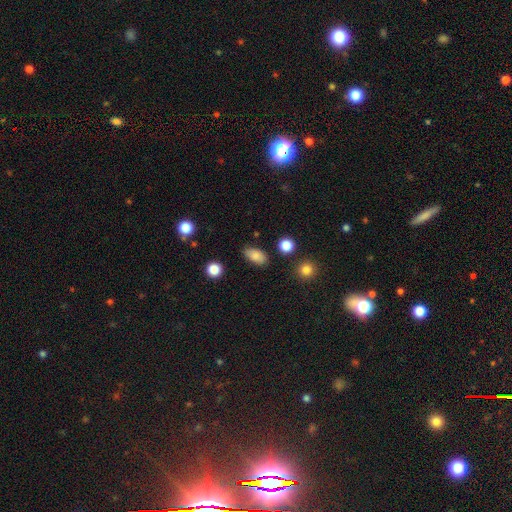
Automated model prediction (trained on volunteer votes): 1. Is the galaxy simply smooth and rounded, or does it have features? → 84% smooth, 9% star or artifact, 7% featured or disk.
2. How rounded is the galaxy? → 89% in between, 7% round, 4% cigar-shaped.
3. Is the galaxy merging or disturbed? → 81% none, 13% minor disturbance, 3% major disturbance, 3% merger.